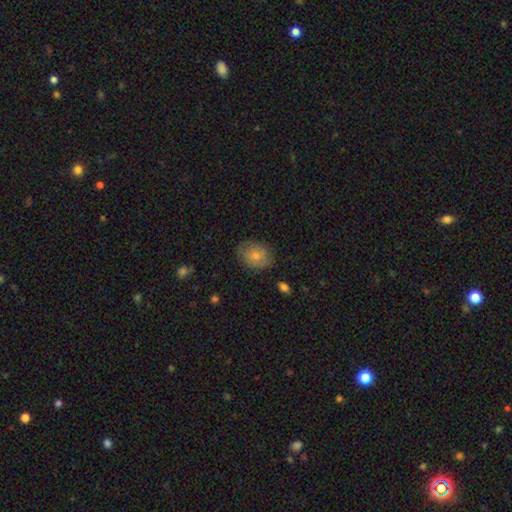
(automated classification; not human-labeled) Smooth or featured? smooth (63%)
How rounded? in between (51%)
Merging? none (78%)